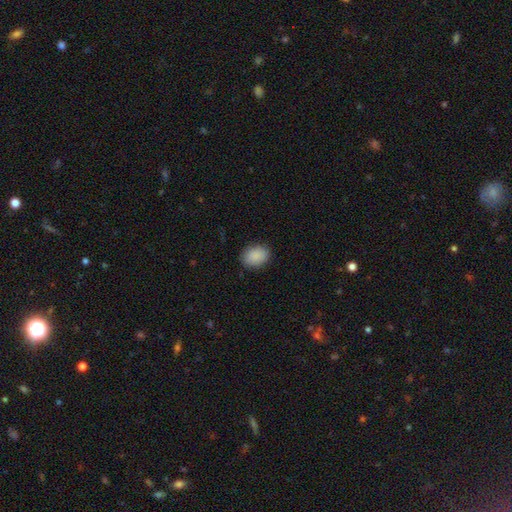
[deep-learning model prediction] Smooth or featured? smooth (90%)
How rounded? in between (74%)
Merging? none (86%)